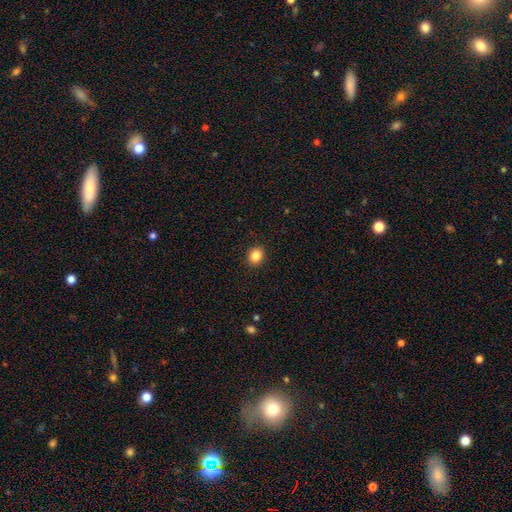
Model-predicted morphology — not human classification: This is clearly a smooth galaxy (85%). How rounded: likely round (70%). Merging: clearly none (91%).